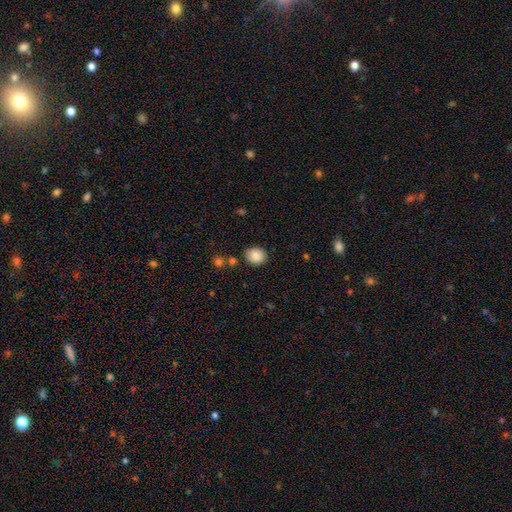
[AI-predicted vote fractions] Overall: smooth (86%). How rounded: round (73%). Merging: none (85%).